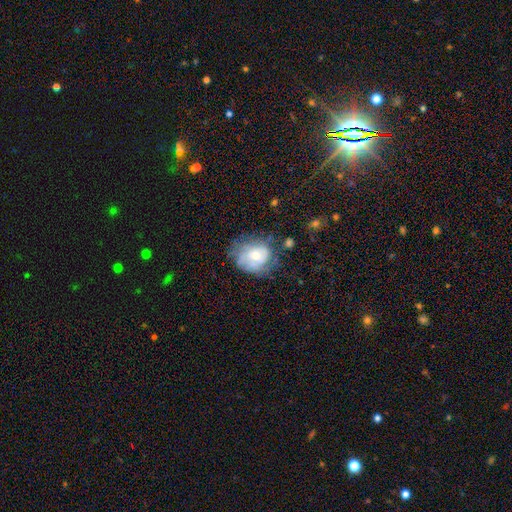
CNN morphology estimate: Smooth or featured? Predicted: featured or disk (p=0.49). Merging? Predicted: none (p=0.48).